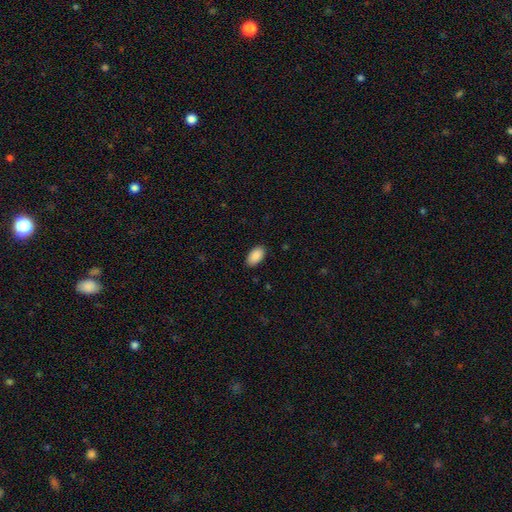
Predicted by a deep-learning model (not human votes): Smooth or featured: smooth — 90% (star or artifact — 6%)
How rounded: in between — 95% (round — 3%)
Merging: none — 88% (minor disturbance — 9%)